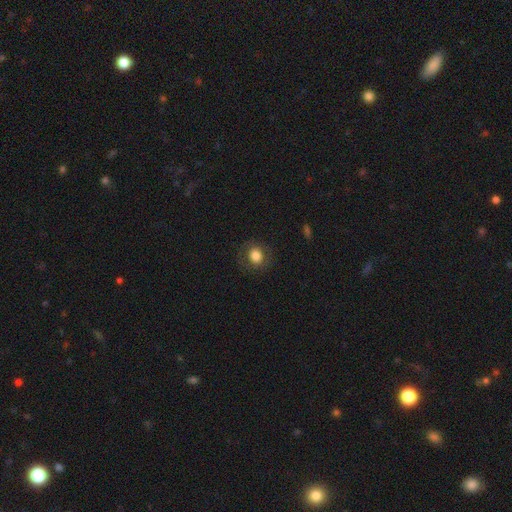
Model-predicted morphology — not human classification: smooth 80%, featured or disk 11%, star or artifact 9%. Down the decision tree: how rounded — round (74%); merging — none (83%).